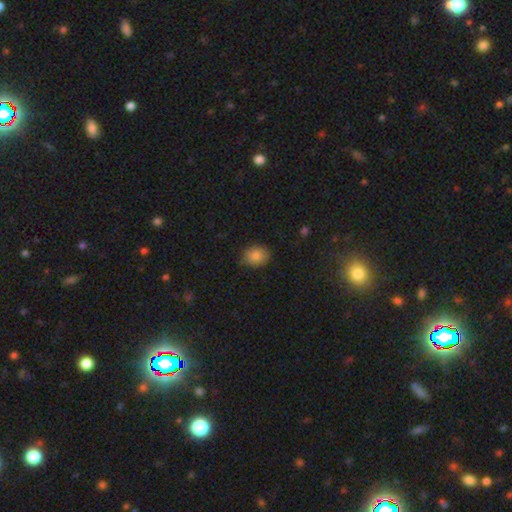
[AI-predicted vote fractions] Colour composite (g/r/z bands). It shows a smooth galaxy with no disk features (83%) that is round (60%). Merging: none (81%).